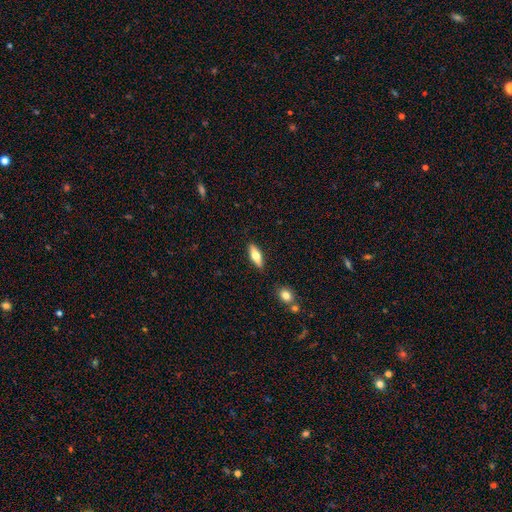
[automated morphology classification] Smooth or featured?
  - smooth: 62% *
  - featured or disk: 32%
  - star or artifact: 6%
How rounded?
  - in between: 60% *
  - cigar-shaped: 38%
  - round: 2%
Merging?
  - none: 87% *
  - minor disturbance: 9%
  - major disturbance: 2%
  - merger: 2%